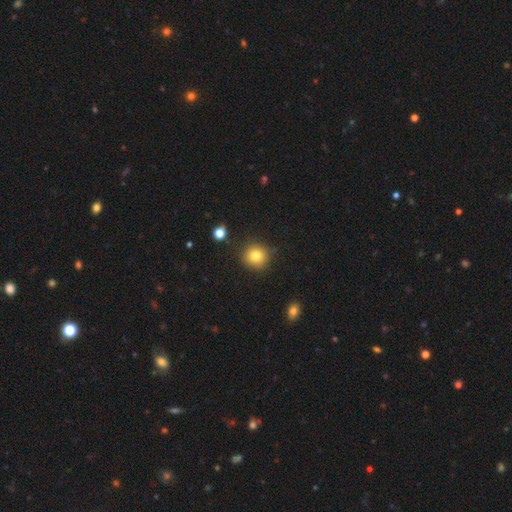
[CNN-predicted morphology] Smooth or featured?
  - smooth: 81% *
  - star or artifact: 12%
  - featured or disk: 8%
How rounded?
  - round: 91% *
  - in between: 8%
  - cigar-shaped: 1%
Merging?
  - none: 87% *
  - minor disturbance: 9%
  - major disturbance: 2%
  - merger: 2%